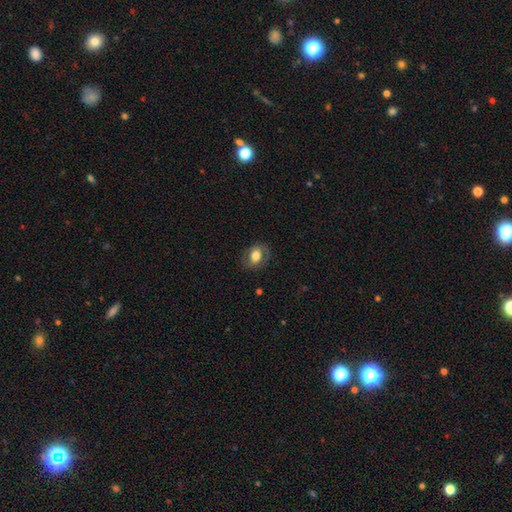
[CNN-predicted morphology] A smooth galaxy with no disk features (64%) that is in between round and cigar-shaped (66%).

Vote fractions:
- Smooth or featured? smooth: 64% / featured or disk: 28% / star or artifact: 8%
- How rounded? in between: 66% / round: 33% / cigar-shaped: 1%
- Merging? none: 78% / minor disturbance: 14% / major disturbance: 7% / merger: 1%